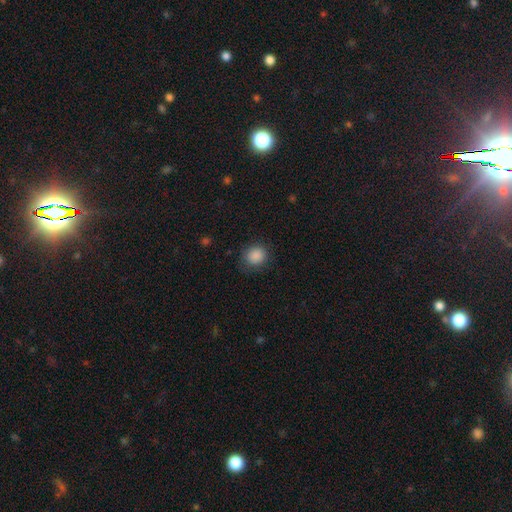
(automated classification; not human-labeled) smooth 88%, star or artifact 9%, featured or disk 3%. Down the decision tree: how rounded — round (83%); merging — none (83%).